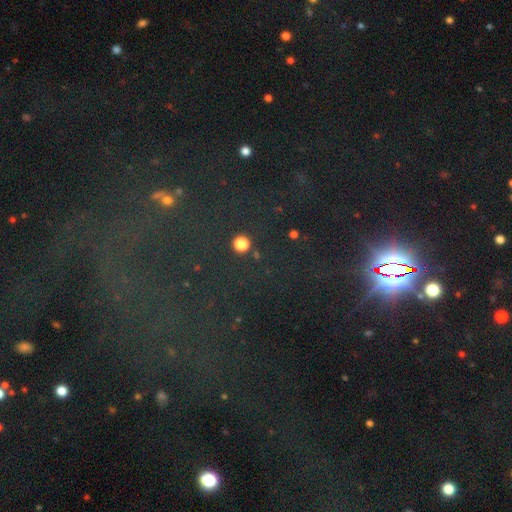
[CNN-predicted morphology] Smooth or featured? Predicted: star or artifact (p=0.74).